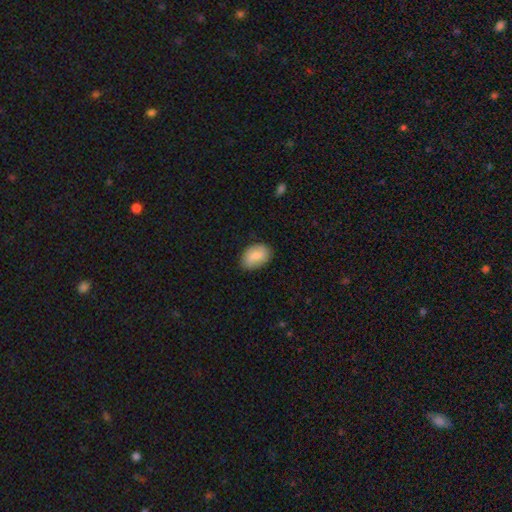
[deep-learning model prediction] Smooth or featured: smooth — 80% (featured or disk — 14%)
How rounded: in between — 88% (round — 11%)
Merging: none — 77% (minor disturbance — 19%)